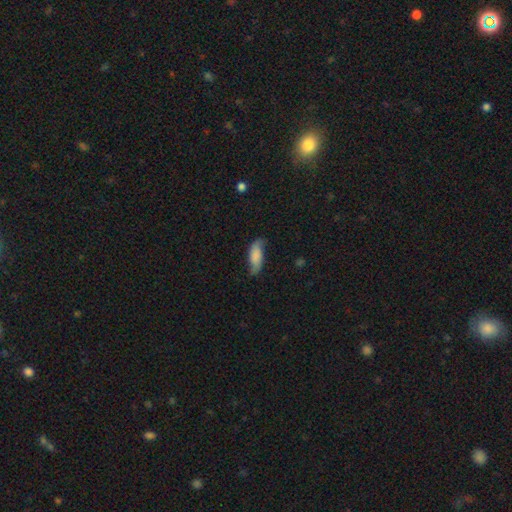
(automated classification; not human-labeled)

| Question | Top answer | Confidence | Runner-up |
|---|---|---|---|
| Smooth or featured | smooth | 62% | featured or disk (30%) |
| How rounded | in between | 74% | cigar-shaped (23%) |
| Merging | none | 63% | minor disturbance (27%) |